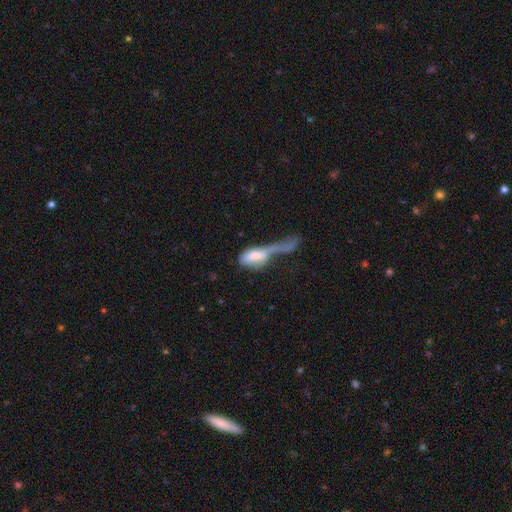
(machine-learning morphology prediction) type=smooth (64%); roundness=in between (76%); merging=major disturbance (51%).